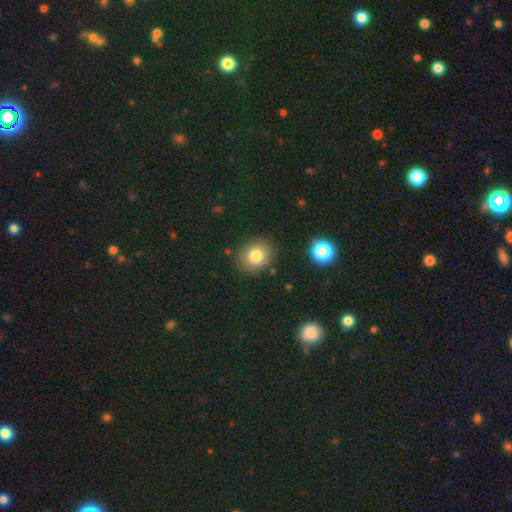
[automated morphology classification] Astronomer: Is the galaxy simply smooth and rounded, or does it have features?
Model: smooth — 80%.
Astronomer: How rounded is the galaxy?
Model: round — 66%.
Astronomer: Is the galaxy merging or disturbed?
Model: none — 83%.